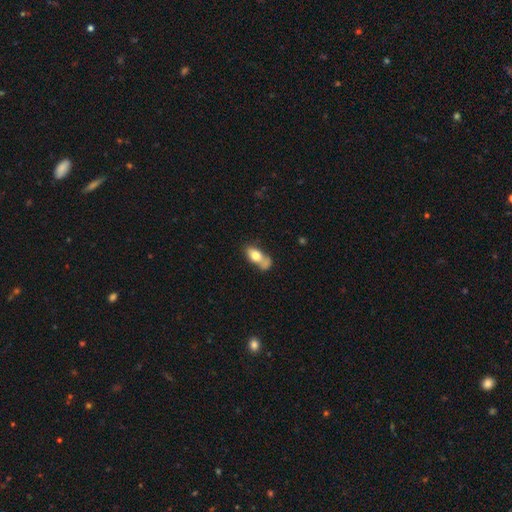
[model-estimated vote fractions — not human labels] Smooth or featured?
  - smooth: 71% *
  - featured or disk: 21%
  - star or artifact: 8%
How rounded?
  - in between: 83% *
  - cigar-shaped: 9%
  - round: 8%
Merging?
  - merger: 30% *
  - none: 28%
  - minor disturbance: 23%
  - major disturbance: 18%